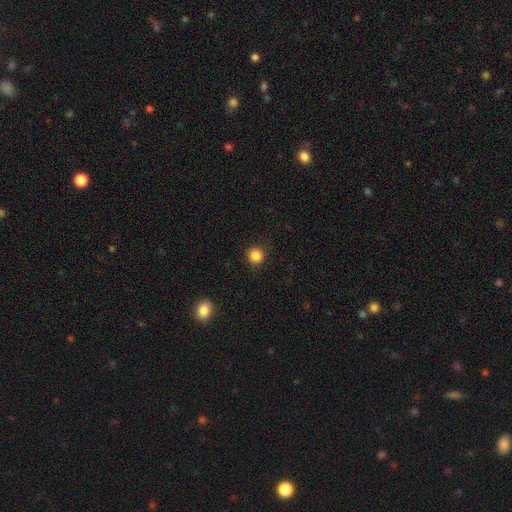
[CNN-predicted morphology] A smooth galaxy with no disk features (86%) that is round (94%).

Vote fractions:
- Smooth or featured? smooth: 86% / star or artifact: 11% / featured or disk: 3%
- How rounded? round: 94% / in between: 5% / cigar-shaped: 1%
- Merging? none: 90% / minor disturbance: 6% / major disturbance: 2% / merger: 1%